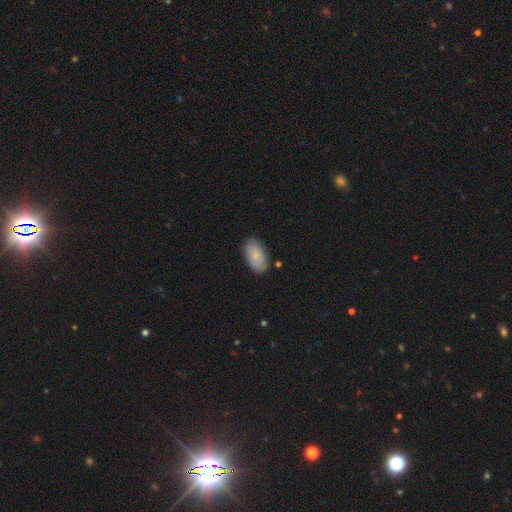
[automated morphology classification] smooth_or_featured: smooth (p=0.78) [alt: featured or disk p=0.16]
how_rounded: in between (p=0.94) [alt: round p=0.04]
merging: none (p=0.81) [alt: minor disturbance p=0.14]